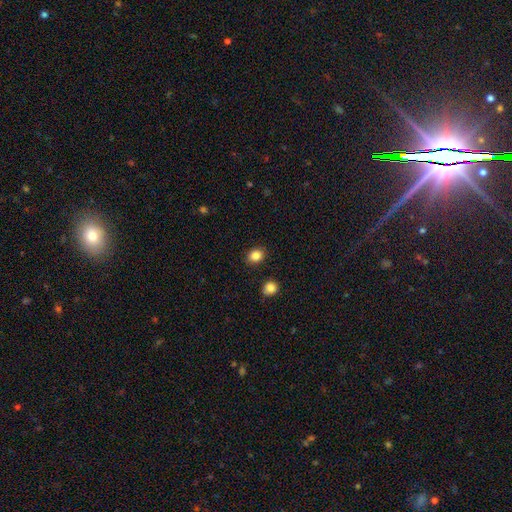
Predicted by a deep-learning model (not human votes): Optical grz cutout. It shows a smooth galaxy with no disk features (85%) that is round (55%). Merging: none (88%).